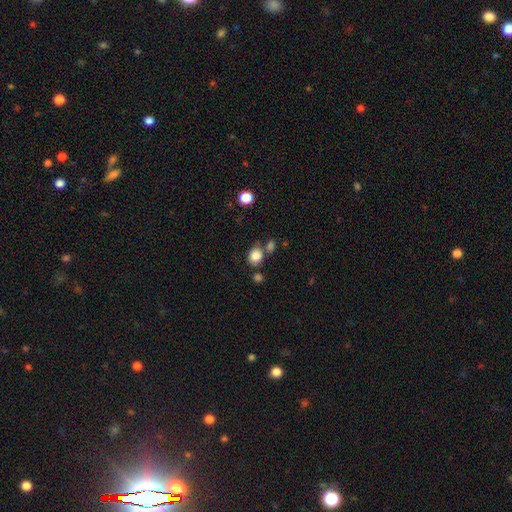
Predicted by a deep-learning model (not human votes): smooth-or-featured: smooth: 84% | star or artifact: 10% | featured or disk: 6%
  how-rounded: round: 66% | in between: 33% | cigar-shaped: 1%
  merging: none: 64% | merger: 17% | minor disturbance: 14% | major disturbance: 5%